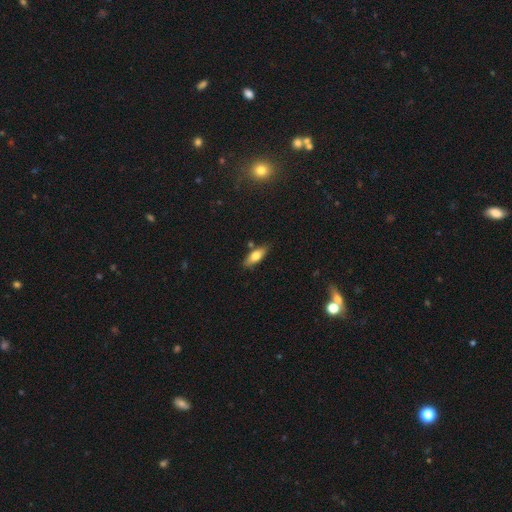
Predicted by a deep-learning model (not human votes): A smooth galaxy with no disk features (70%) that is in between round and cigar-shaped (69%). Merging: none (77%).